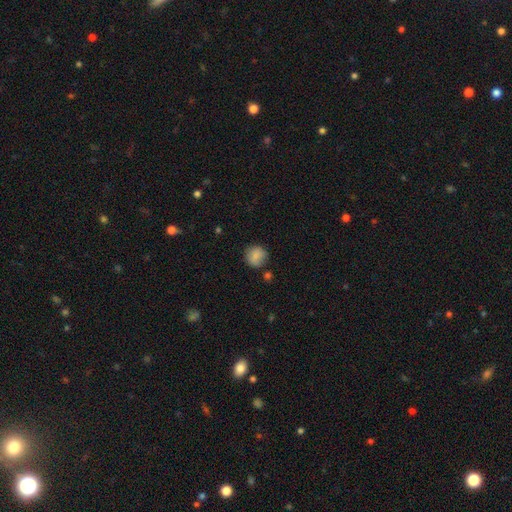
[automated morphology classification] Smooth or featured: smooth — 84% (star or artifact — 9%)
How rounded: round — 90% (in between — 9%)
Merging: none — 80% (minor disturbance — 13%)